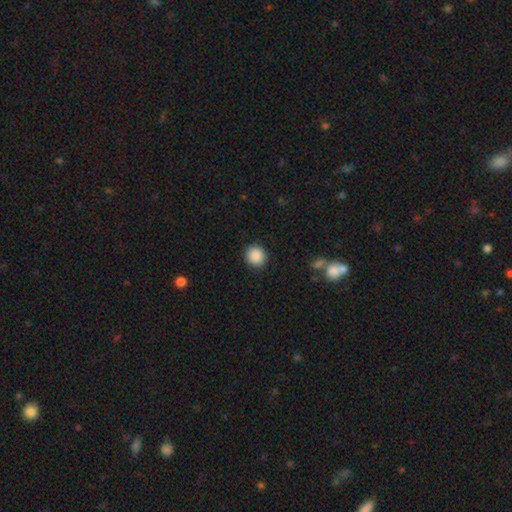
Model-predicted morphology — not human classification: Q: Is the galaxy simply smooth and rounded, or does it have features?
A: smooth — 89%.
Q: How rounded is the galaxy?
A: round — 85%.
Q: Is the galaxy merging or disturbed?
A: none — 90%.